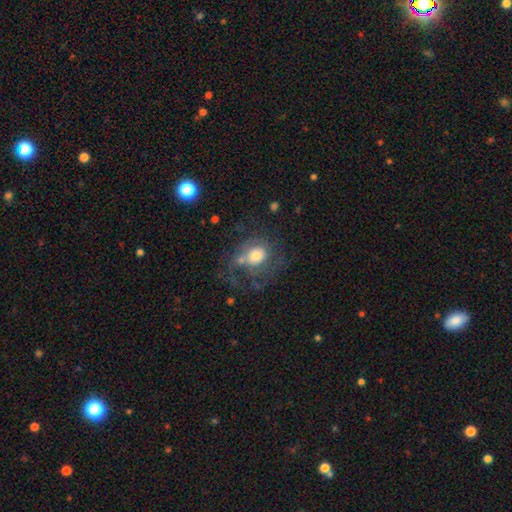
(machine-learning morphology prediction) Smooth or featured? featured or disk (51%)
Edge-on disk? no (97%)
Merging? none (43%)